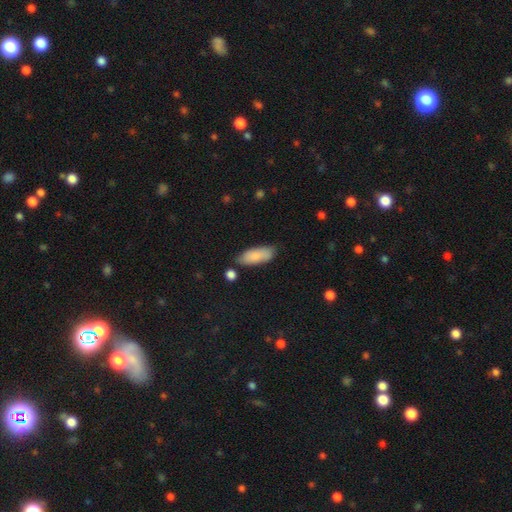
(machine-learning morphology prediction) Overall: smooth (84%). How rounded: in between (72%). Merging: none (75%).